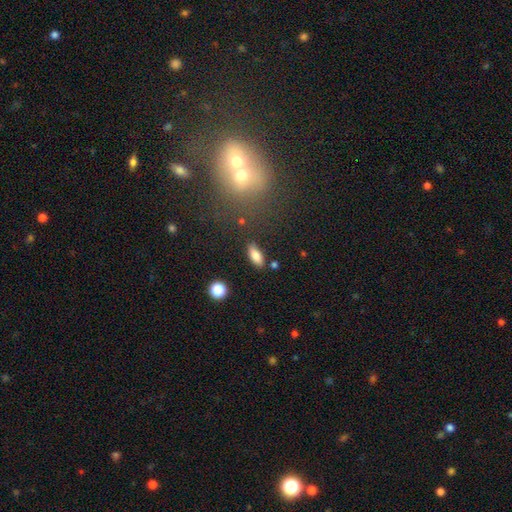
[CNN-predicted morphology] A smooth galaxy with no disk features (81%) that is in between round and cigar-shaped (82%).

Vote fractions:
- Smooth or featured? smooth: 81% / featured or disk: 11% / star or artifact: 8%
- How rounded? in between: 82% / cigar-shaped: 15% / round: 3%
- Merging? none: 83% / minor disturbance: 11% / merger: 3% / major disturbance: 3%